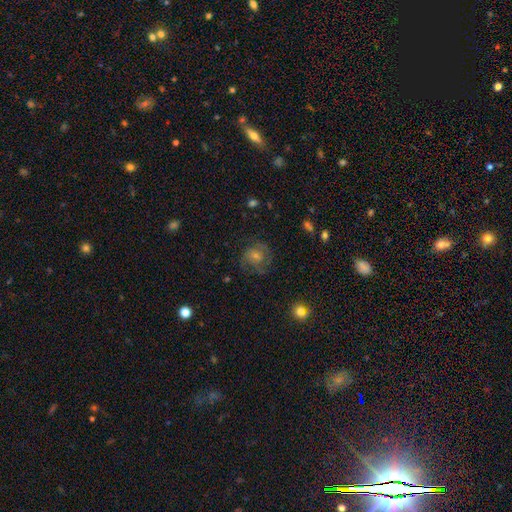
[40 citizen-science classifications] featured or disk 75%, smooth 12%, star or artifact 12%. Down the decision tree: edge-on disk — no (87%); bar — no (62%); spiral arms — yes (92%); spiral arm count — 3 (38%); spiral winding — tight (62%); bulge size — moderate (46%); merging — none (66%).